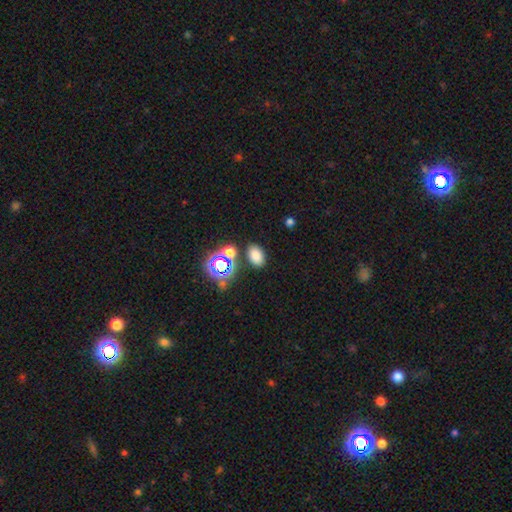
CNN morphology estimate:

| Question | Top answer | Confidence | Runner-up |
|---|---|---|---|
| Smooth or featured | smooth | 74% | star or artifact (19%) |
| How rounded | in between | 83% | round (16%) |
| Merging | none | 82% | minor disturbance (9%) |